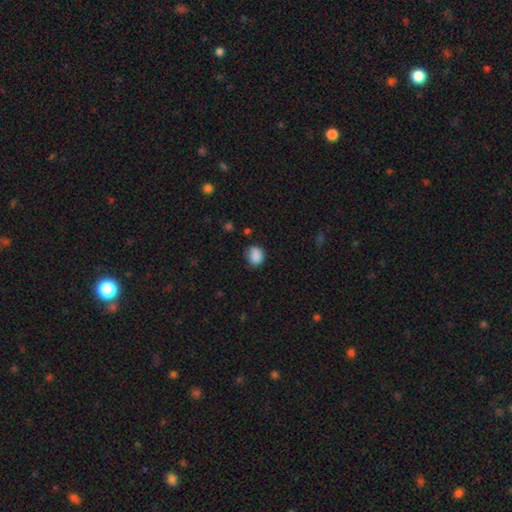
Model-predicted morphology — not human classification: Smooth or featured? smooth (87%)
How rounded? round (52%)
Merging? none (66%)